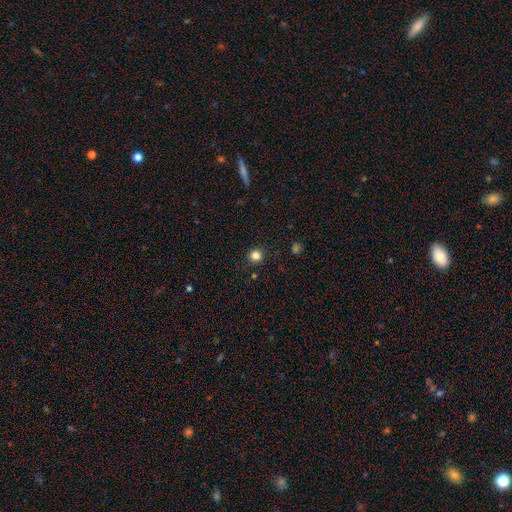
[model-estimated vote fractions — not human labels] This is clearly a smooth galaxy (82%). How rounded: clearly round (95%). Merging: clearly none (91%).